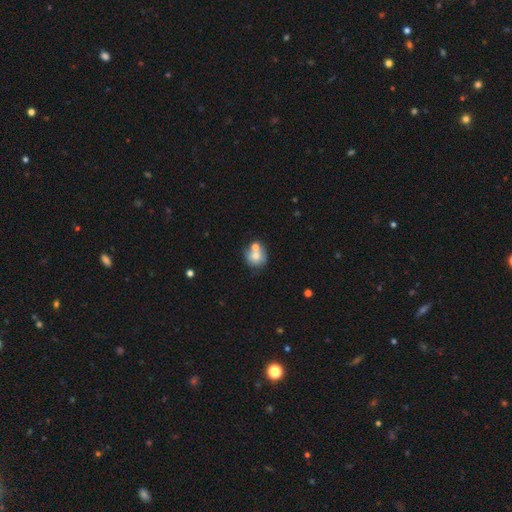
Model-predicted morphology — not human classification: Smooth or featured: smooth — 71% (featured or disk — 20%)
How rounded: round — 81% (in between — 18%)
Merging: none — 48% (merger — 35%)